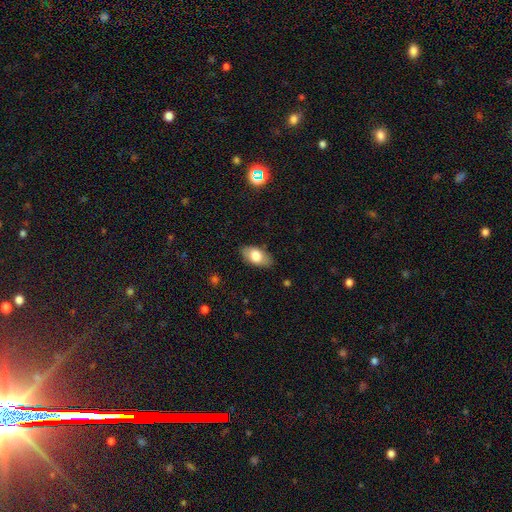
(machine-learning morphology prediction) A smooth galaxy with no disk features (75%) that is in between round and cigar-shaped (92%). Merging: none (84%).